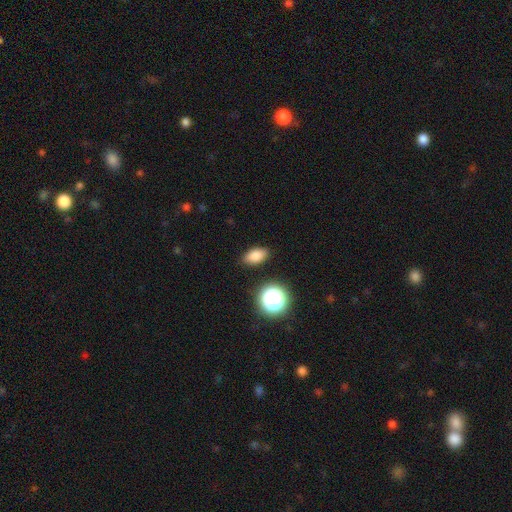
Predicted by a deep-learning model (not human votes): This appears to be a smooth galaxy with no disk features (81%) that is in between round and cigar-shaped (86%). Merging: none (86%).